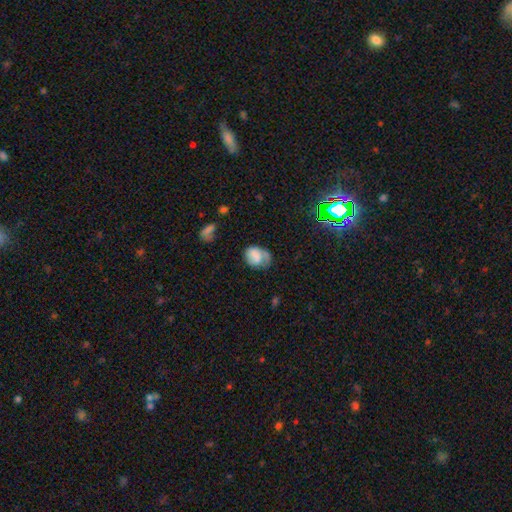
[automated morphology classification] Overall: smooth (66%). How rounded: in between (62%; round 37%). Merging: none (38%; minor disturbance 33%).